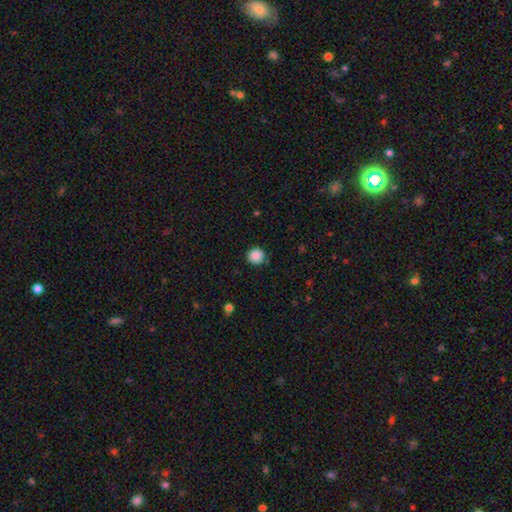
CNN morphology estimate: Smooth or featured?
  - smooth: 87% *
  - star or artifact: 9%
  - featured or disk: 3%
How rounded?
  - round: 93% *
  - in between: 6%
  - cigar-shaped: 1%
Merging?
  - none: 87% *
  - minor disturbance: 9%
  - major disturbance: 2%
  - merger: 1%